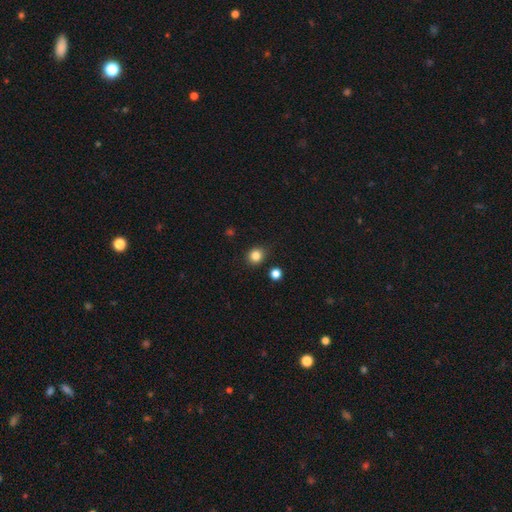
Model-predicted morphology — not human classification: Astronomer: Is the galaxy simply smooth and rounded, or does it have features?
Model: smooth — 84%.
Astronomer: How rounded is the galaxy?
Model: round — 81%.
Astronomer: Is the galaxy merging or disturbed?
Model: none — 85%.